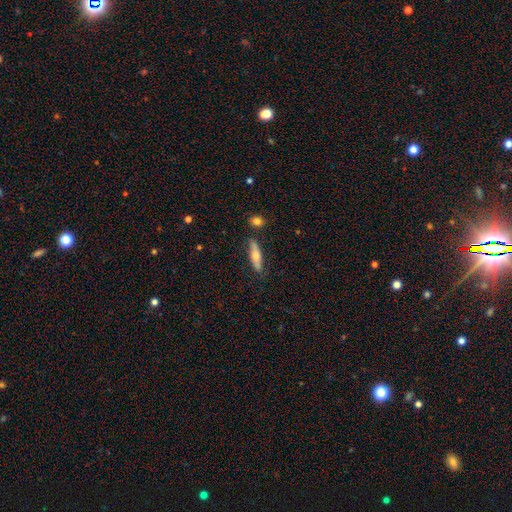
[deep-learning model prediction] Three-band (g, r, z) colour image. It shows a smooth galaxy with no disk features (52%) that is cigar-shaped (72%). Merging: none (80%).